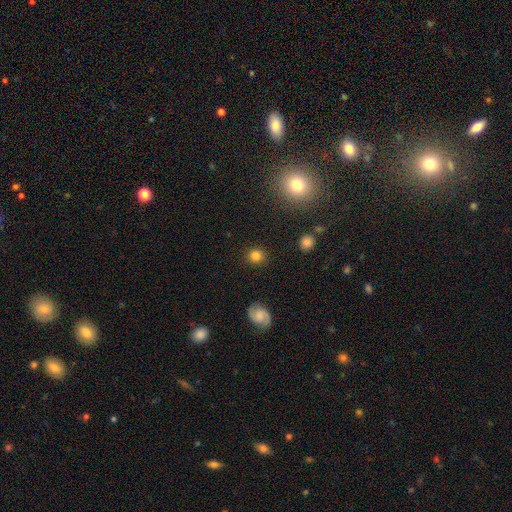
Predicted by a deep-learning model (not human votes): Smooth or featured: smooth — 81% (star or artifact — 12%)
How rounded: round — 88% (in between — 11%)
Merging: none — 89% (minor disturbance — 7%)